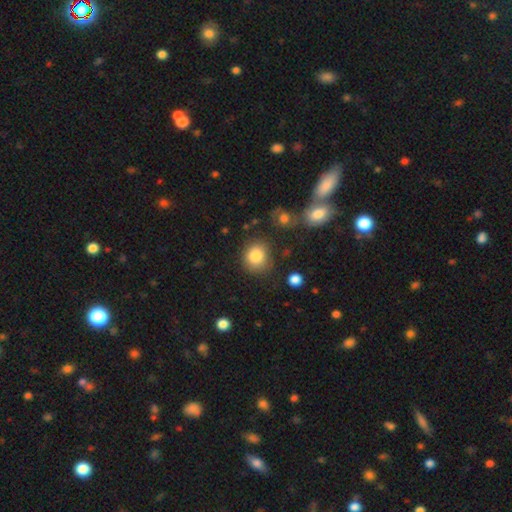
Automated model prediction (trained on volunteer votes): A smooth galaxy with no disk features (84%) that is round (79%). Merging: none (76%).